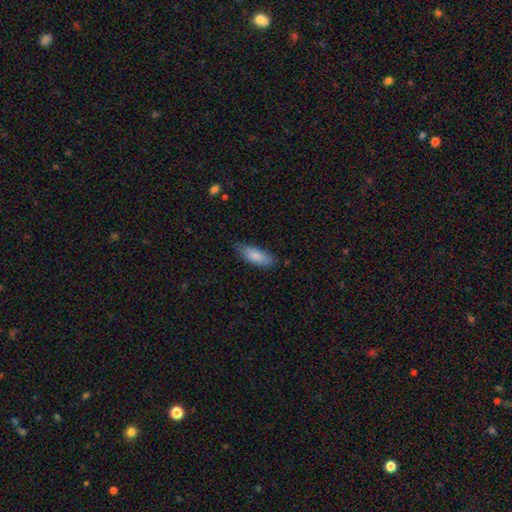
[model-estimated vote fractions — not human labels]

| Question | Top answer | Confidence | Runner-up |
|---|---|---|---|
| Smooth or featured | smooth | 84% | featured or disk (10%) |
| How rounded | in between | 72% | cigar-shaped (26%) |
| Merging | none | 71% | minor disturbance (23%) |